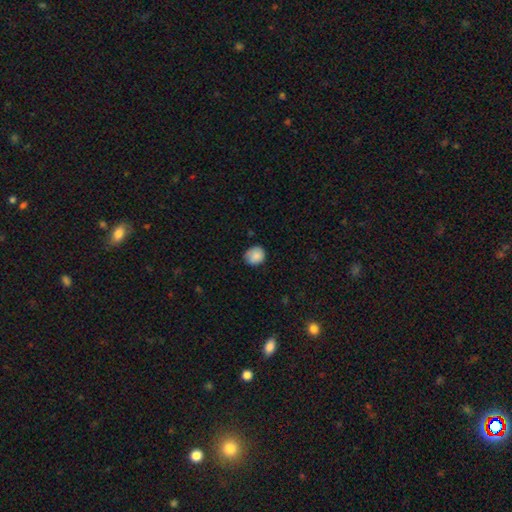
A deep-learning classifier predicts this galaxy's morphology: Smooth or featured? Predicted: smooth (p=0.87). How rounded? Predicted: round (p=0.78). Merging? Predicted: none (p=0.77).